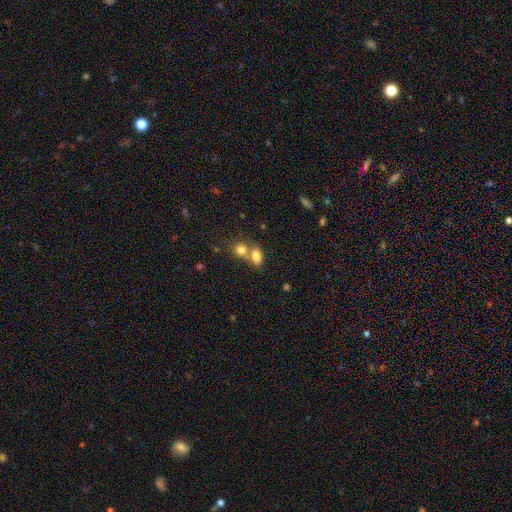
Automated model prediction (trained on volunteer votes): smooth_or_featured: smooth (p=0.79) [alt: featured or disk p=0.12]
how_rounded: in between (p=0.78) [alt: round p=0.18]
merging: merger (p=0.53) [alt: none p=0.35]